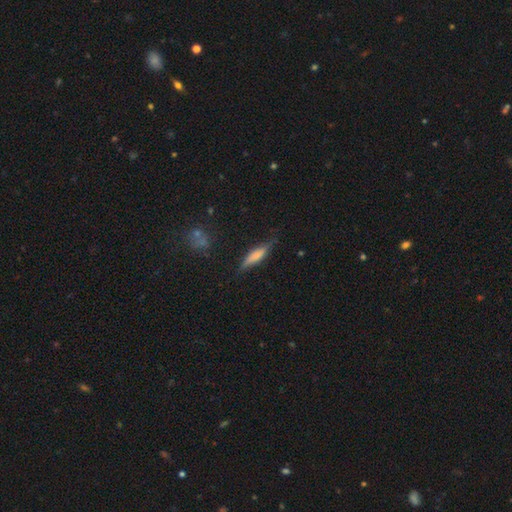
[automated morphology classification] A smooth galaxy with no disk features (58%) that is cigar-shaped (75%).

Vote fractions:
- Smooth or featured? smooth: 58% / featured or disk: 35% / star or artifact: 7%
- How rounded? cigar-shaped: 75% / in between: 23% / round: 2%
- Merging? none: 70% / minor disturbance: 22% / major disturbance: 5% / merger: 2%